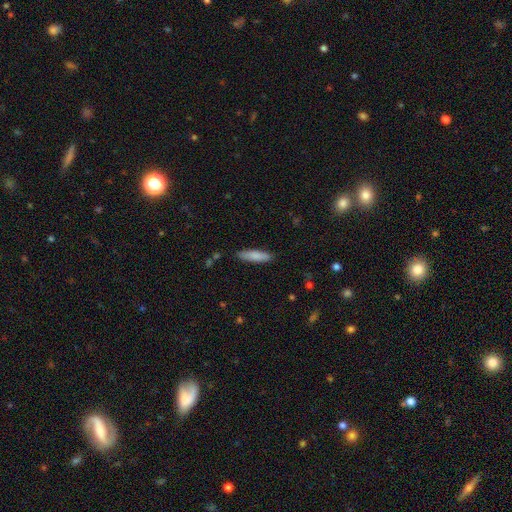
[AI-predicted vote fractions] Smooth or featured? smooth (84%)
How rounded? cigar-shaped (69%)
Merging? none (86%)